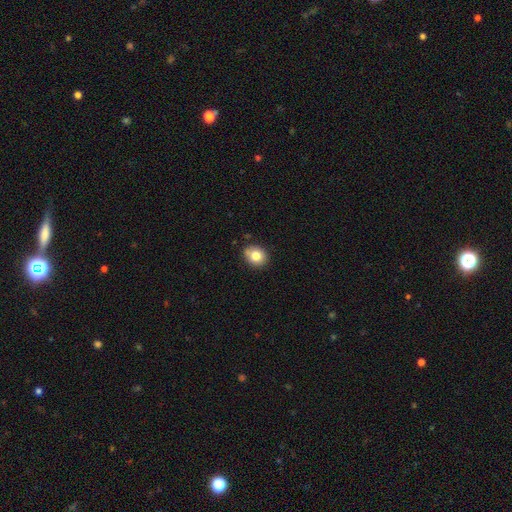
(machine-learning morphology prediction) This is likely a smooth galaxy (80%). How rounded: likely round (66%). Merging: likely none (78%).